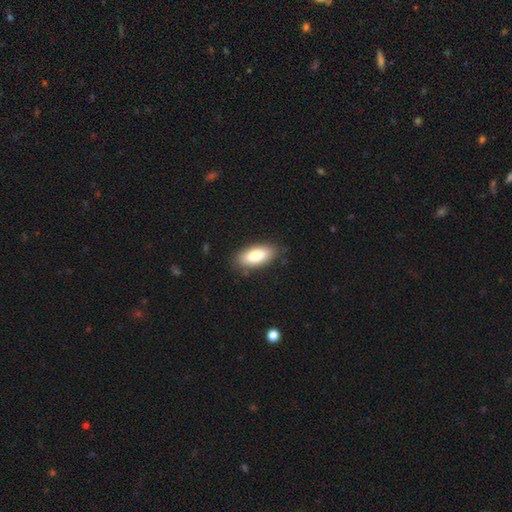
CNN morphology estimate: smooth 85%, featured or disk 9%, star or artifact 6%. Down the decision tree: how rounded — in between (85%); merging — none (85%).